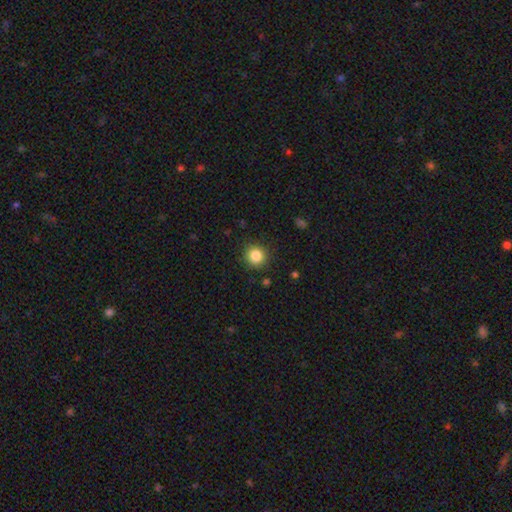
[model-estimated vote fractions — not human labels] Smooth or featured?
  - smooth: 85% *
  - star or artifact: 11%
  - featured or disk: 5%
How rounded?
  - round: 91% *
  - in between: 8%
  - cigar-shaped: 1%
Merging?
  - none: 90% *
  - minor disturbance: 7%
  - major disturbance: 2%
  - merger: 1%